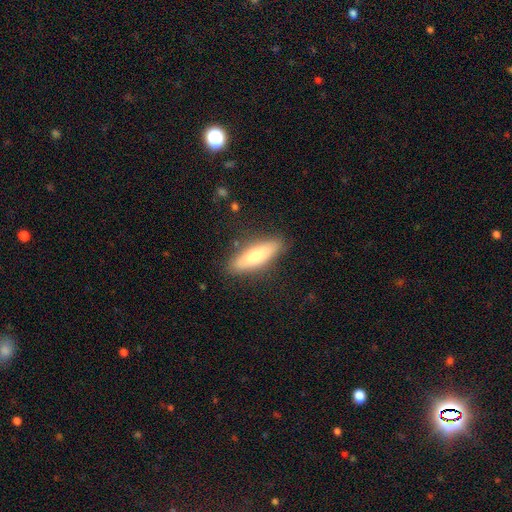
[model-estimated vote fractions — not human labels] smooth 67%, featured or disk 27%, star or artifact 6%. Down the decision tree: how rounded — cigar-shaped (51%); merging — none (84%).